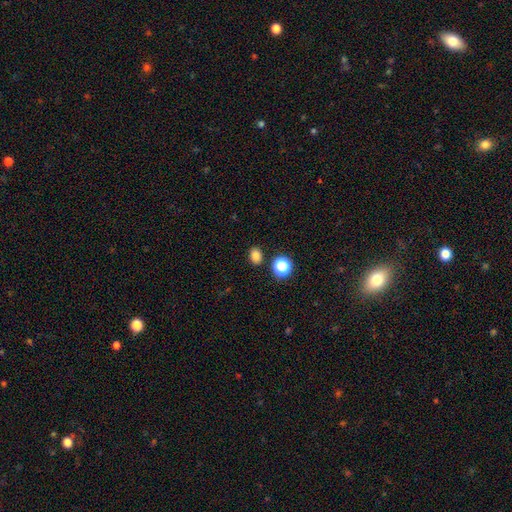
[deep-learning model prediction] Smooth or featured?
  - smooth: 81% *
  - star or artifact: 14%
  - featured or disk: 5%
How rounded?
  - in between: 58% *
  - round: 41%
  - cigar-shaped: 1%
Merging?
  - none: 85% *
  - minor disturbance: 8%
  - merger: 5%
  - major disturbance: 2%